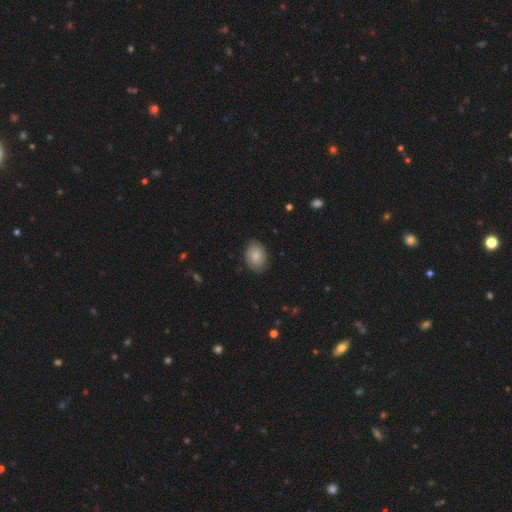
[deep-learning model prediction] smooth_or_featured: smooth (p=0.80) [alt: featured or disk p=0.13]
how_rounded: in between (p=0.79) [alt: round p=0.20]
merging: none (p=0.85) [alt: minor disturbance p=0.12]